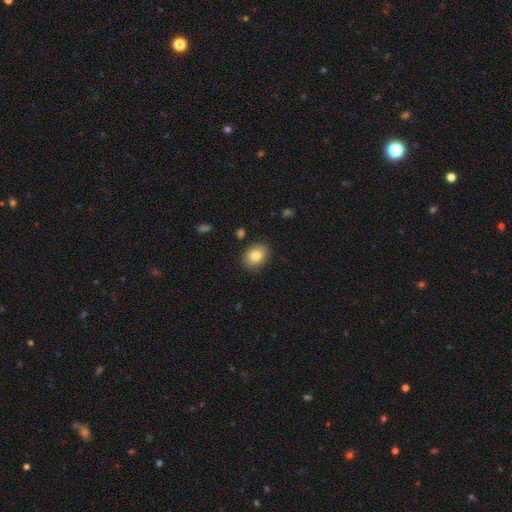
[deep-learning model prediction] This appears to be a smooth galaxy with no disk features (82%) that is in between round and cigar-shaped (64%). Merging: none (86%).